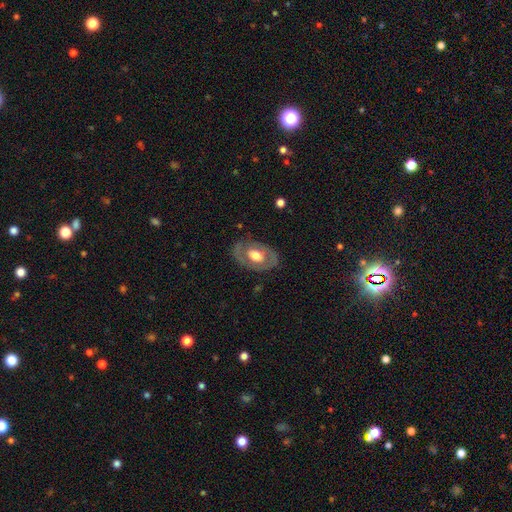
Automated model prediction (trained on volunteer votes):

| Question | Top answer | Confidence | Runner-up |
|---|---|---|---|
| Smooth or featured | featured or disk | 60% | smooth (35%) |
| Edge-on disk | no | 92% | yes (8%) |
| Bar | no | 70% | weak (23%) |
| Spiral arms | no | 66% | yes (34%) |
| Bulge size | moderate | 53% | large (38%) |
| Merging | none | 74% | minor disturbance (18%) |